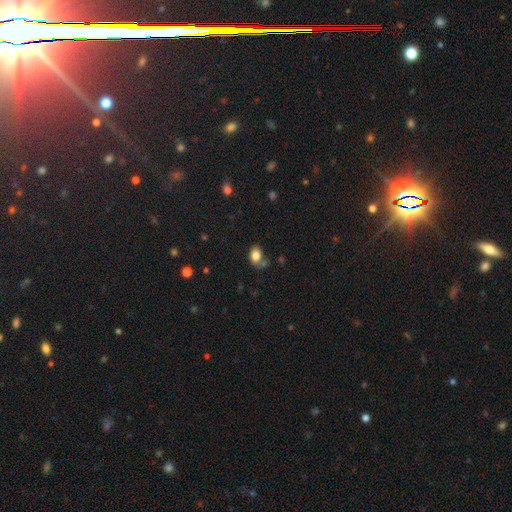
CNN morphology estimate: A smooth galaxy with no disk features (82%) that is in between round and cigar-shaped (80%).

Vote fractions:
- Smooth or featured? smooth: 82% / star or artifact: 10% / featured or disk: 8%
- How rounded? in between: 80% / round: 19% / cigar-shaped: 1%
- Merging? none: 55% / minor disturbance: 22% / merger: 14% / major disturbance: 9%